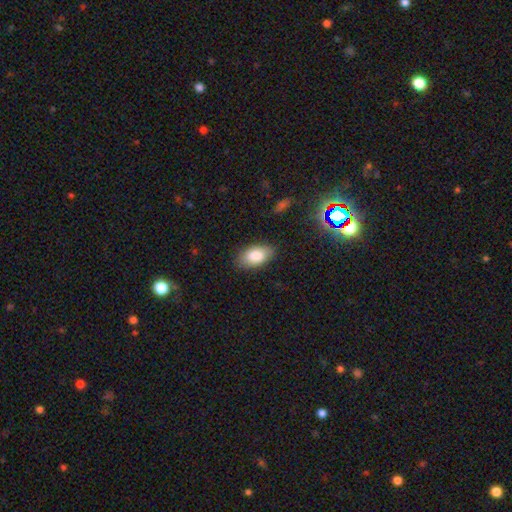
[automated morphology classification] Smooth or featured?
  - smooth: 85% *
  - featured or disk: 8%
  - star or artifact: 7%
How rounded?
  - in between: 93% *
  - round: 4%
  - cigar-shaped: 2%
Merging?
  - none: 81% *
  - minor disturbance: 14%
  - major disturbance: 3%
  - merger: 1%